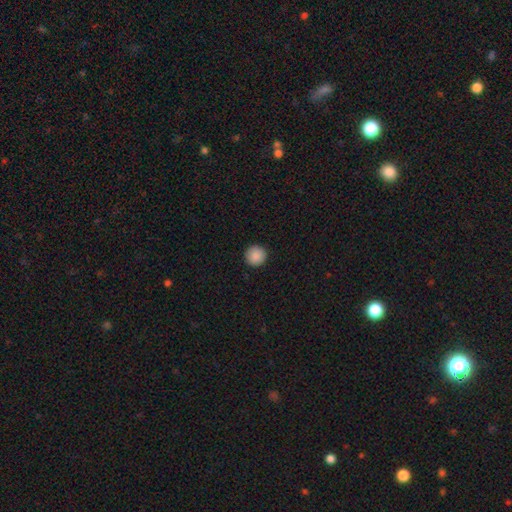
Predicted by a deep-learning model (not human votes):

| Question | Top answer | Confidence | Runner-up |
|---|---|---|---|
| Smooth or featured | smooth | 89% | star or artifact (8%) |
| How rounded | round | 96% | in between (3%) |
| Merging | none | 93% | minor disturbance (5%) |